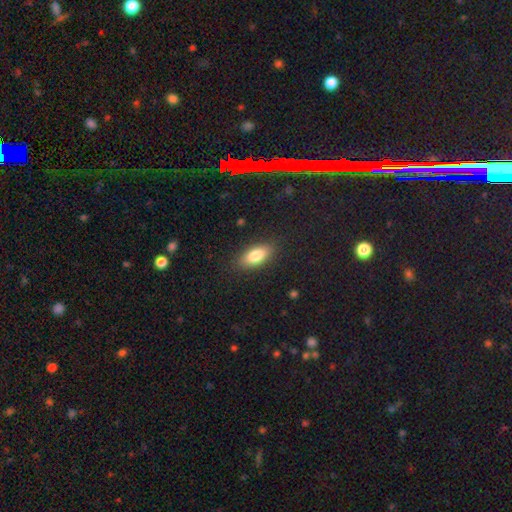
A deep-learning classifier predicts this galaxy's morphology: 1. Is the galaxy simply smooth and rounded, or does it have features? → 82% smooth, 11% featured or disk, 7% star or artifact.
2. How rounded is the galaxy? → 86% in between, 11% cigar-shaped, 3% round.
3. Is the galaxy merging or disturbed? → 86% none, 10% minor disturbance, 3% major disturbance, 1% merger.